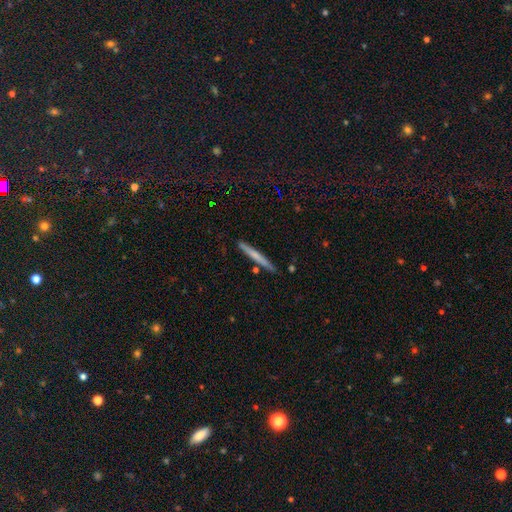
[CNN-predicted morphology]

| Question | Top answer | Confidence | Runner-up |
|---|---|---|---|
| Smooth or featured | smooth | 55% | featured or disk (38%) |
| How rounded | cigar-shaped | 97% | in between (2%) |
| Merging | none | 87% | minor disturbance (9%) |